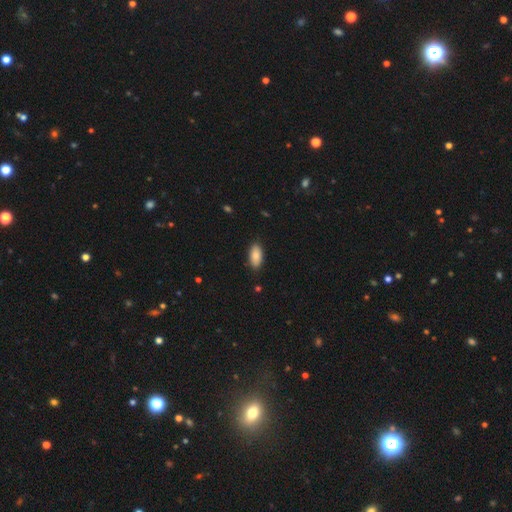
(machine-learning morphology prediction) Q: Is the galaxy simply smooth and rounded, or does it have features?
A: smooth — 87%.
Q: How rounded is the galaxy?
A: in between — 93%.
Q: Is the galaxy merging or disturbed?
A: none — 87%.